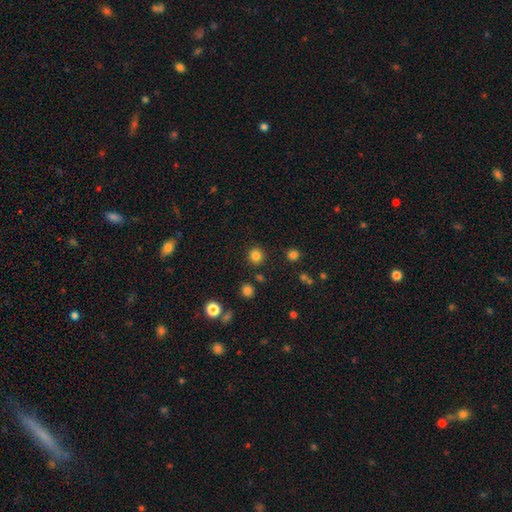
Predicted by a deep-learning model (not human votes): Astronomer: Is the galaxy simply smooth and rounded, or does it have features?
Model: smooth — 83%.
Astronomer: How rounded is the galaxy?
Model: round — 93%.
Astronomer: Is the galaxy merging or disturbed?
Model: none — 90%.